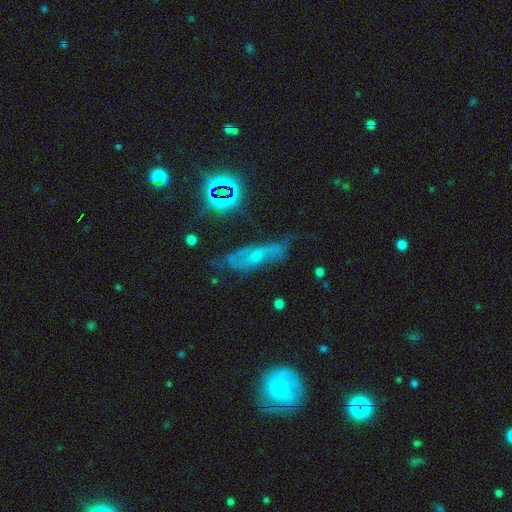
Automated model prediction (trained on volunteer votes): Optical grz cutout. It shows a featured or disk galaxy (51%). Merging: none (52%).